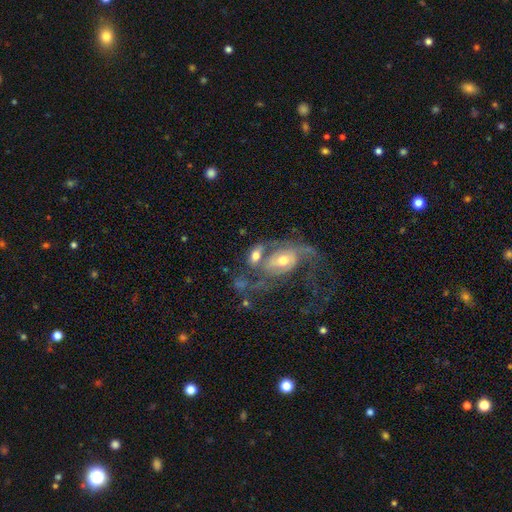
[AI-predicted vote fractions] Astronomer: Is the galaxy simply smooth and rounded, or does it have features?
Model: featured or disk — 54% (runner-up: smooth, 38%).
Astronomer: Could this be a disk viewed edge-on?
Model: no — 93%.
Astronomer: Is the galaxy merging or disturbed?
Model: merger — 49%.